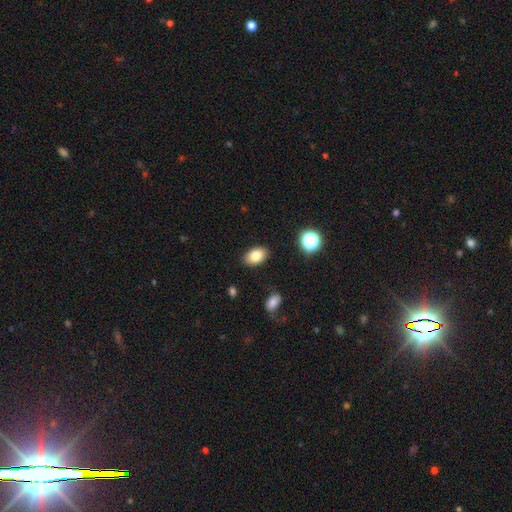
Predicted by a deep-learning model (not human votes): Smooth or featured: smooth — 81% (star or artifact — 10%)
How rounded: in between — 88% (round — 11%)
Merging: none — 87% (minor disturbance — 9%)